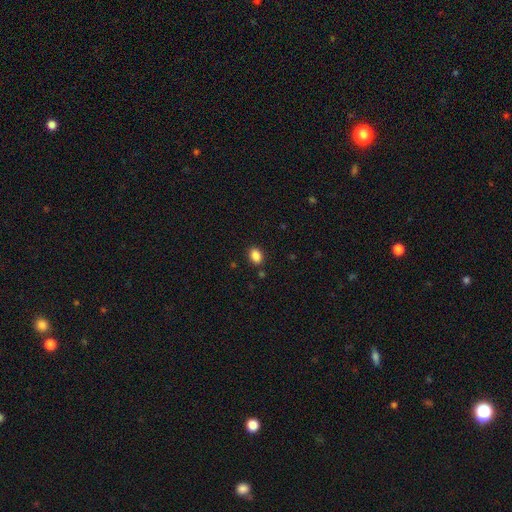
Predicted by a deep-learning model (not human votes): smooth 87%, star or artifact 9%, featured or disk 3%. Down the decision tree: how rounded — in between (75%); merging — none (86%).